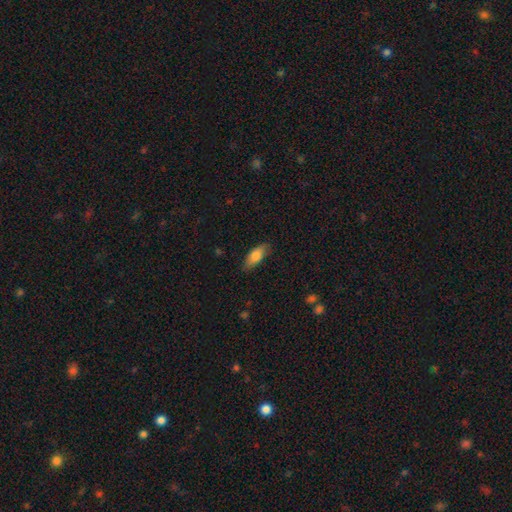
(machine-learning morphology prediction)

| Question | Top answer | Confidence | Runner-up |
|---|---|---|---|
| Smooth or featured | smooth | 77% | featured or disk (16%) |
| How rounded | in between | 77% | cigar-shaped (20%) |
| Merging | none | 80% | minor disturbance (16%) |